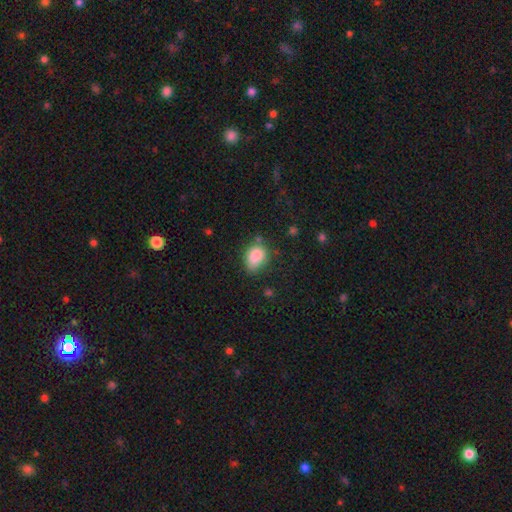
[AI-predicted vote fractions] smooth 84%, star or artifact 9%, featured or disk 7%. Down the decision tree: how rounded — in between (73%); merging — none (53%).